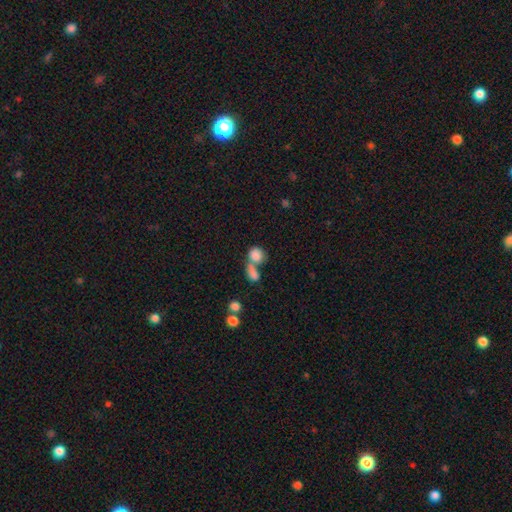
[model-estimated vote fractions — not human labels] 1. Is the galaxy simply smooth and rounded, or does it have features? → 82% smooth, 10% featured or disk, 9% star or artifact.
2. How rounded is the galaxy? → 51% round, 47% in between, 2% cigar-shaped.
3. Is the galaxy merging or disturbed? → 60% merger, 27% none, 8% minor disturbance, 6% major disturbance.